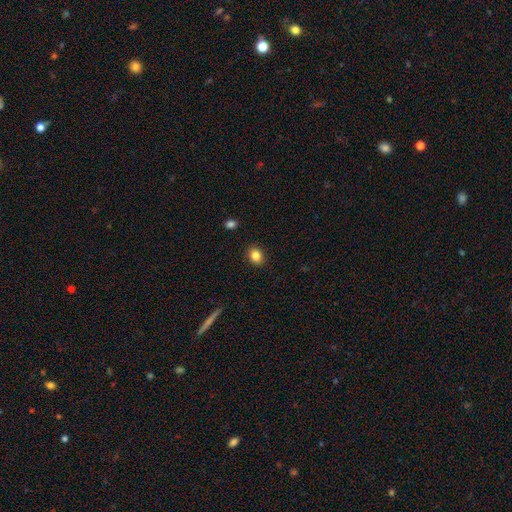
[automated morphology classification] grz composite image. It shows a smooth galaxy with no disk features (84%) that is round (50%). Merging: none (90%).